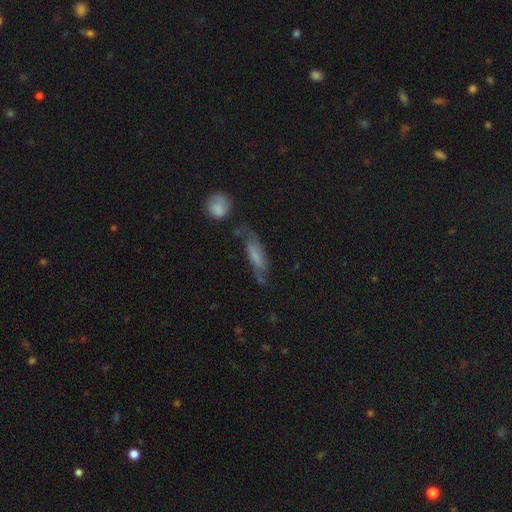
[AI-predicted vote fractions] smooth_or_featured: featured or disk (p=0.47) [alt: smooth p=0.44]
merging: none (p=0.56) [alt: minor disturbance p=0.24]